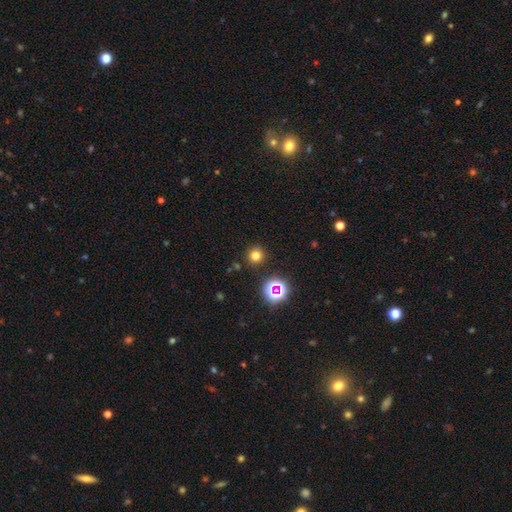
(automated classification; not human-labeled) The model was most divided on "smooth or featured": smooth: 73%, star or artifact: 21%, featured or disk: 6%. More confident: how rounded — round (94%); merging — none (89%).